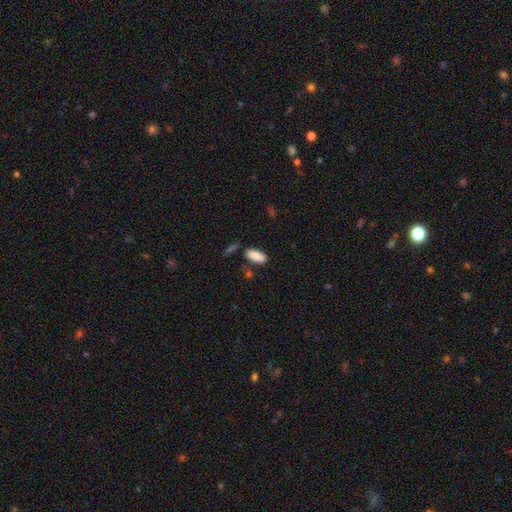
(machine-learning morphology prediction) Smooth or featured: smooth — 88% (star or artifact — 7%)
How rounded: in between — 87% (cigar-shaped — 11%)
Merging: none — 74% (minor disturbance — 15%)